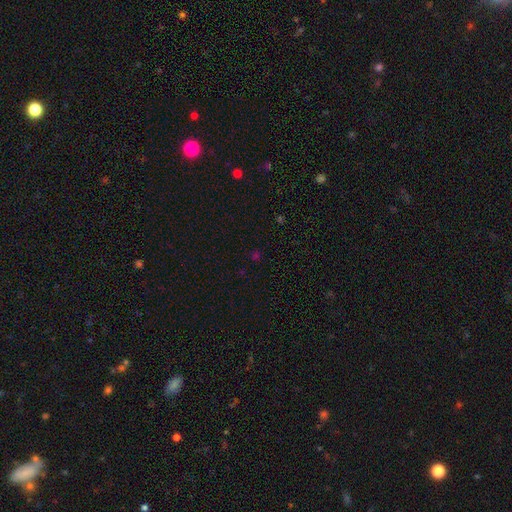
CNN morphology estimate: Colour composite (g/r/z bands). It shows a star or artifact, not a galaxy (56%).